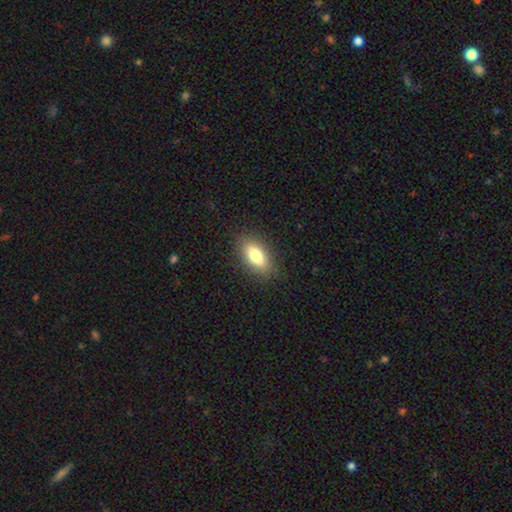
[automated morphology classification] Smooth or featured? Predicted: smooth (p=0.78). How rounded? Predicted: in between (p=0.84). Merging? Predicted: none (p=0.87).